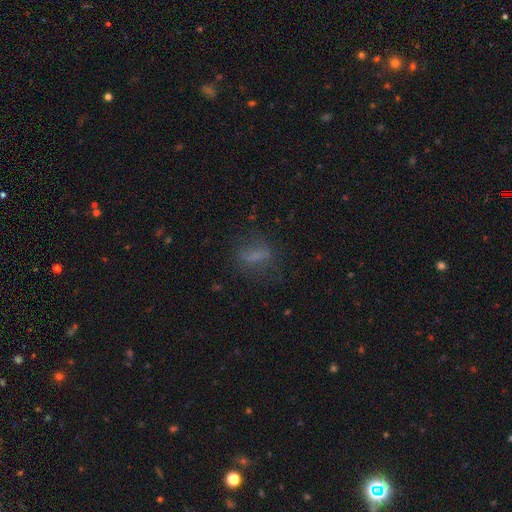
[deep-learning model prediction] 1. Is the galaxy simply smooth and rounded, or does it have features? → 62% smooth, 21% featured or disk, 17% star or artifact.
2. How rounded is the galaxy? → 58% in between, 25% cigar-shaped, 17% round.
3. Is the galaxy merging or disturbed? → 67% none, 17% minor disturbance, 14% major disturbance, 2% merger.